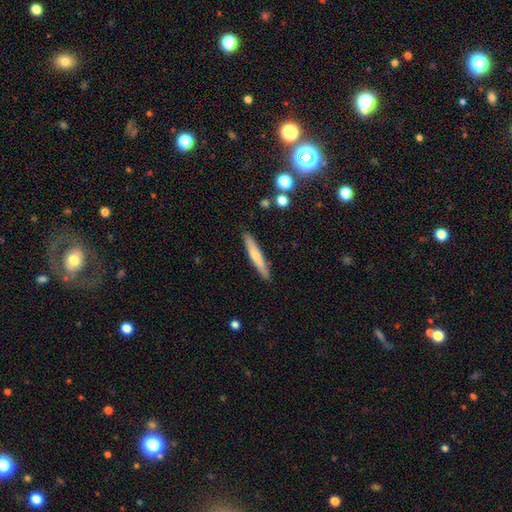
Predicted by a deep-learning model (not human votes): Smooth or featured? smooth (63%)
How rounded? cigar-shaped (93%)
Merging? none (90%)